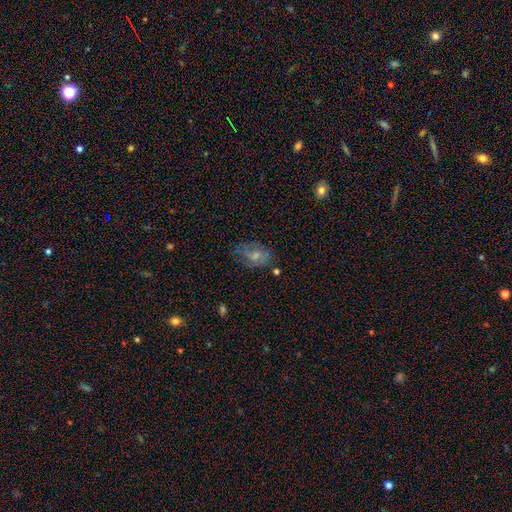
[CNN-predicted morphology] A featured or disk galaxy (47%). Merging: none (69%).